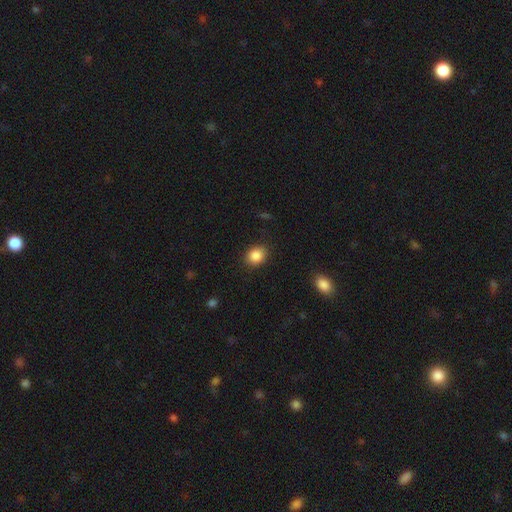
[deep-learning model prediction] Q: Smooth or featured?
A: smooth (87%); runner-up: star or artifact (9%)
Q: How rounded?
A: round (55%); runner-up: in between (44%)
Q: Merging?
A: none (87%); runner-up: minor disturbance (9%)